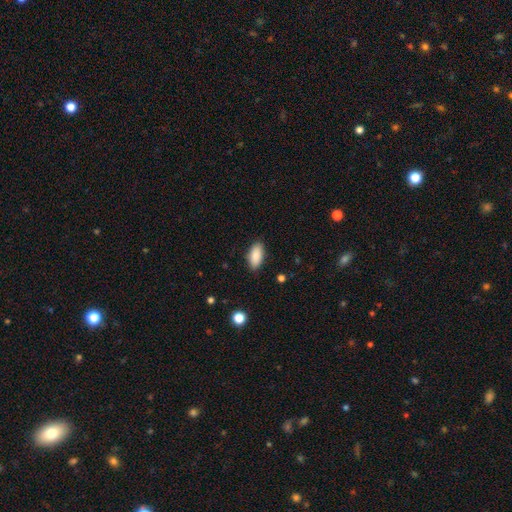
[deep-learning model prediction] smooth-or-featured: smooth: 89% | star or artifact: 7% | featured or disk: 5%
  how-rounded: in between: 90% | cigar-shaped: 8% | round: 2%
  merging: none: 87% | minor disturbance: 10% | major disturbance: 2% | merger: 1%